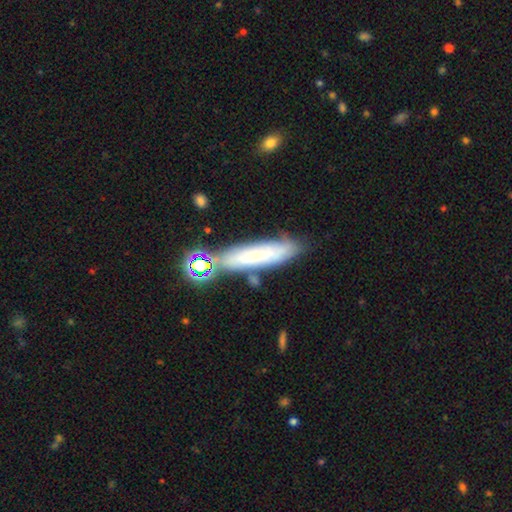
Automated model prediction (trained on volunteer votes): smooth 57%, featured or disk 30%, star or artifact 13%. Down the decision tree: how rounded — cigar-shaped (78%); merging — none (70%).